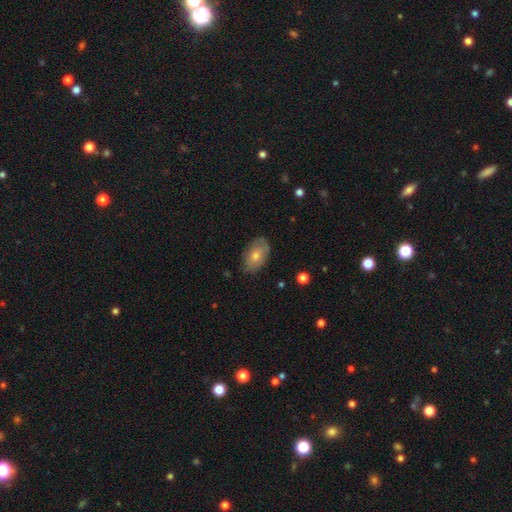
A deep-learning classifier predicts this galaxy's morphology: This appears to be a smooth galaxy with no disk features (61%) that is in between round and cigar-shaped (90%). Merging: none (79%).